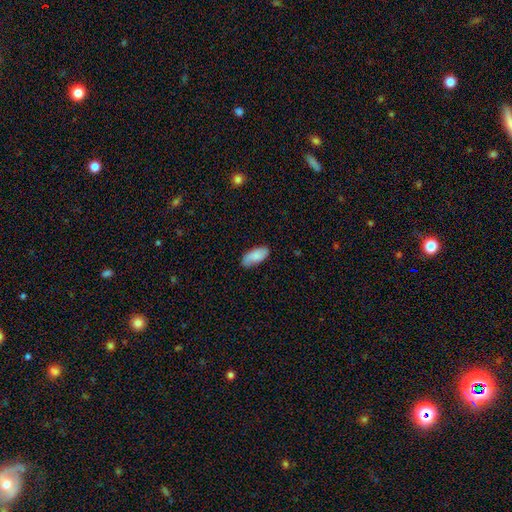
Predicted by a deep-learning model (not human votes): smooth_or_featured: smooth (p=0.83) [alt: featured or disk p=0.11]
how_rounded: in between (p=0.90) [alt: cigar-shaped p=0.08]
merging: none (p=0.77) [alt: minor disturbance p=0.19]